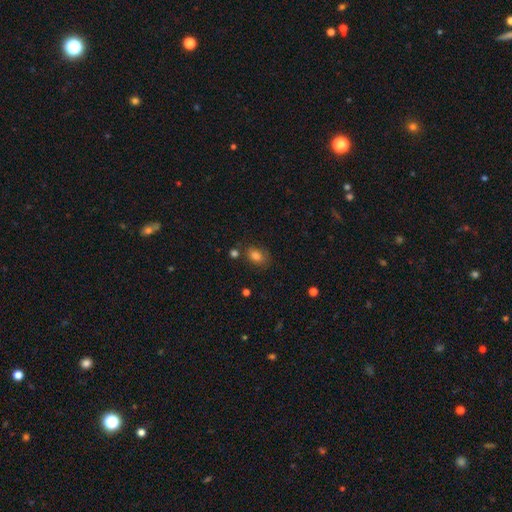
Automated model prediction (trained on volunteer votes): Smooth or featured? Predicted: smooth (p=0.81). How rounded? Predicted: in between (p=0.73). Merging? Predicted: none (p=0.69).